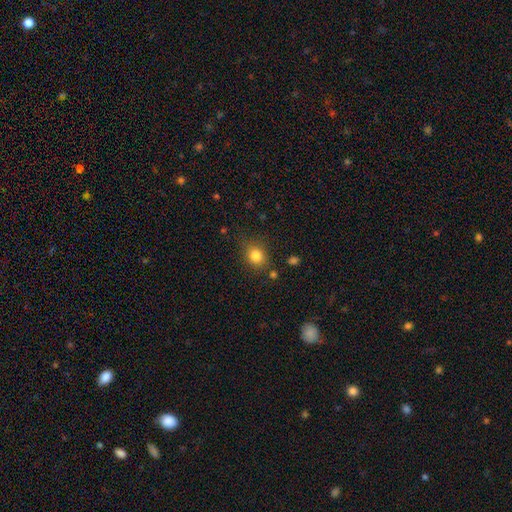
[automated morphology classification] Q: Smooth or featured?
A: smooth (82%); runner-up: star or artifact (12%)
Q: How rounded?
A: round (70%); runner-up: in between (29%)
Q: Merging?
A: none (79%); runner-up: minor disturbance (14%)